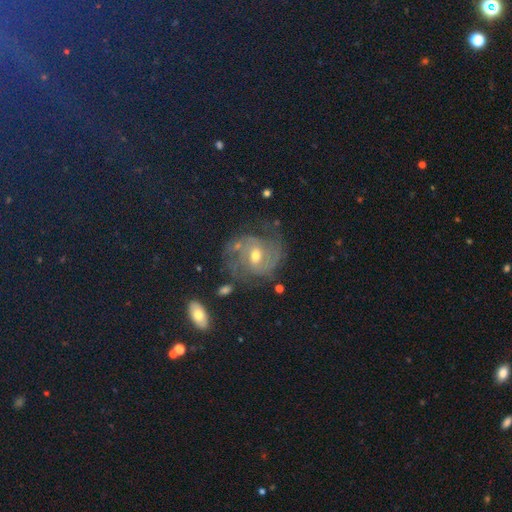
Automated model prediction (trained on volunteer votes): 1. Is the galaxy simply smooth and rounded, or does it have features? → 82% featured or disk, 10% smooth, 8% star or artifact.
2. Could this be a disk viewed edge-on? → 97% no, 3% yes.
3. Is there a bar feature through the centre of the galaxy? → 51% weak, 36% no, 14% strong.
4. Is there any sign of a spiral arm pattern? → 93% yes, 7% no.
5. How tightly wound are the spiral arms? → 44% tight, 43% medium, 13% loose.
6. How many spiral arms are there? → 56% 2, 20% can't tell, 12% 3, 4% 1, 4% 4, 4% more than 4.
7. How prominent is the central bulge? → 63% moderate, 32% small, 3% large, 1% none, 1% dominant.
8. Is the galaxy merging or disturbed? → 64% none, 20% minor disturbance, 13% major disturbance, 4% merger.